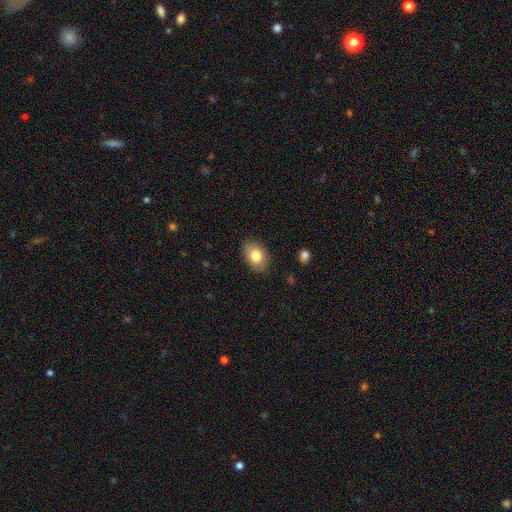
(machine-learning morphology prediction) The model was most divided on "how rounded": in between: 83%, round: 16%, cigar-shaped: 1%. More confident: merging — none (86%); smooth or featured — smooth (80%).